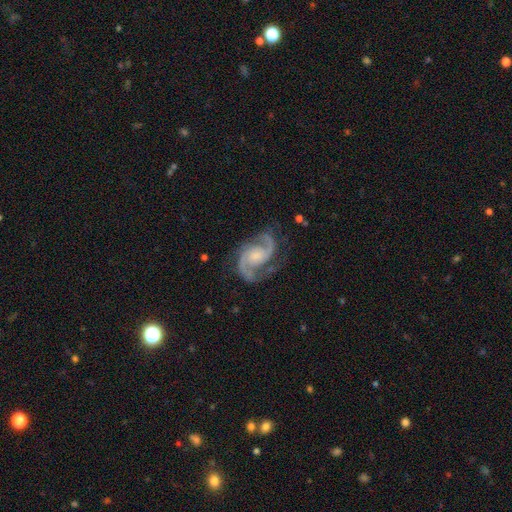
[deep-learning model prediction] Overall: featured or disk (92%). Edge-on disk: no (98%). Bar: no (59%; weak 34%). Spiral arms: yes (98%). Spiral arm count: 2 (94%). Spiral winding: medium (63%). Bulge size: small (42%; moderate 32%). Merging: none (79%).